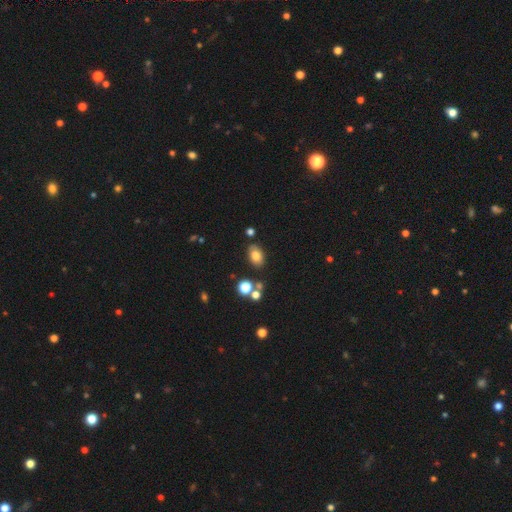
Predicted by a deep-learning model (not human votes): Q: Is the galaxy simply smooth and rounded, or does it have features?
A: smooth — 78%.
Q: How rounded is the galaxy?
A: in between — 84%.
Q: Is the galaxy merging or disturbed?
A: none — 79%.